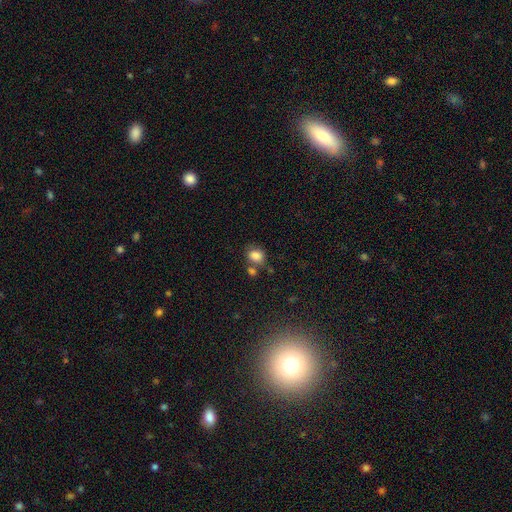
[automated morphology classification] Smooth or featured: smooth — 83% (star or artifact — 10%)
How rounded: round — 51% (in between — 48%)
Merging: none — 59% (merger — 21%)